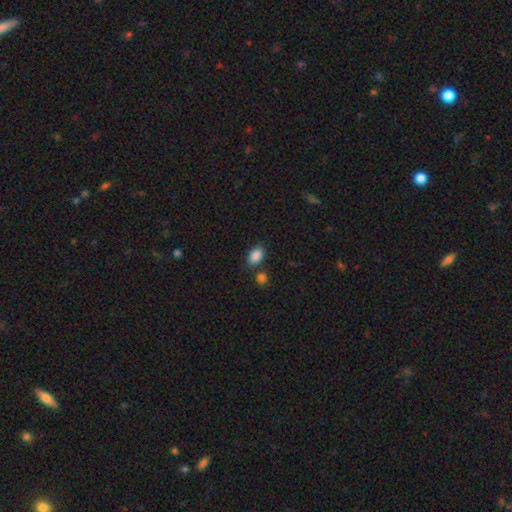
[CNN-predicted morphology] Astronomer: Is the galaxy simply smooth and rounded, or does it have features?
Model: smooth — 88%.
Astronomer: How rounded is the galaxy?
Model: in between — 89%.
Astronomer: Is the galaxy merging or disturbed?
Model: none — 76%.